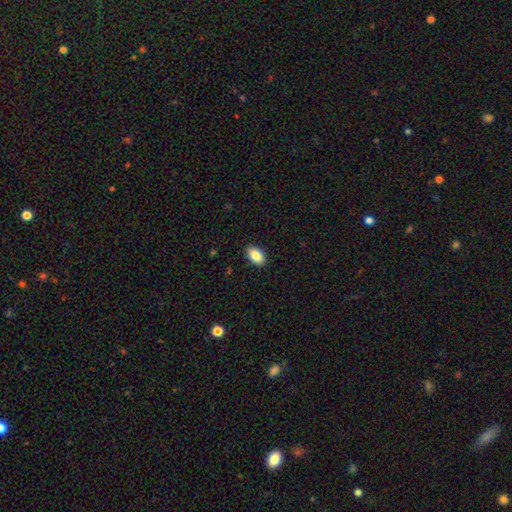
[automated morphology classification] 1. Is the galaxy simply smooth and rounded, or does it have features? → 87% smooth, 7% star or artifact, 6% featured or disk.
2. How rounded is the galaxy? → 94% in between, 5% round, 2% cigar-shaped.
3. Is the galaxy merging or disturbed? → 90% none, 7% minor disturbance, 2% major disturbance, 1% merger.